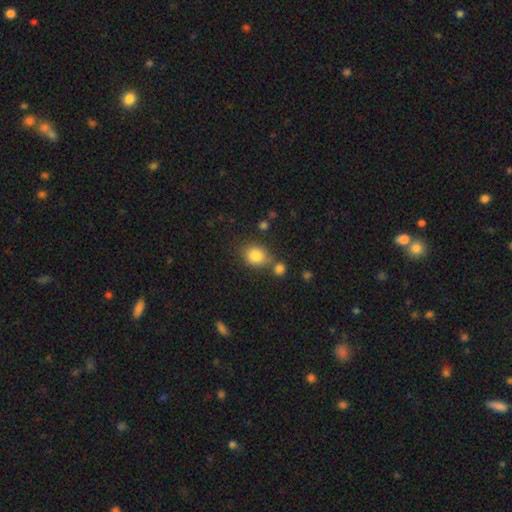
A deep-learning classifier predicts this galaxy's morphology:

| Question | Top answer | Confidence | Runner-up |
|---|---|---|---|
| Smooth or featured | smooth | 83% | star or artifact (10%) |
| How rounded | round | 57% | in between (42%) |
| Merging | none | 63% | merger (19%) |